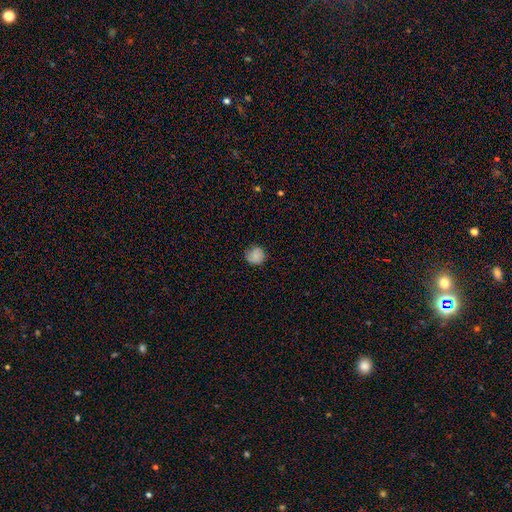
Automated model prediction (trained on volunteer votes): This appears to be a smooth galaxy with no disk features (84%) that is round (89%). Merging: none (81%).